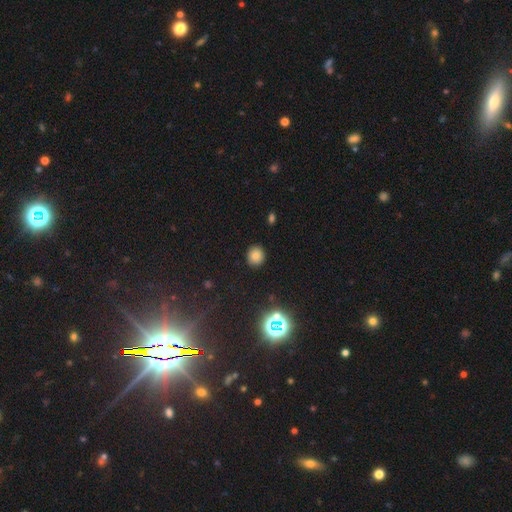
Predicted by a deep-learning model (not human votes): Smooth or featured: smooth — 76% (star or artifact — 17%)
How rounded: round — 86% (in between — 13%)
Merging: none — 90% (minor disturbance — 7%)